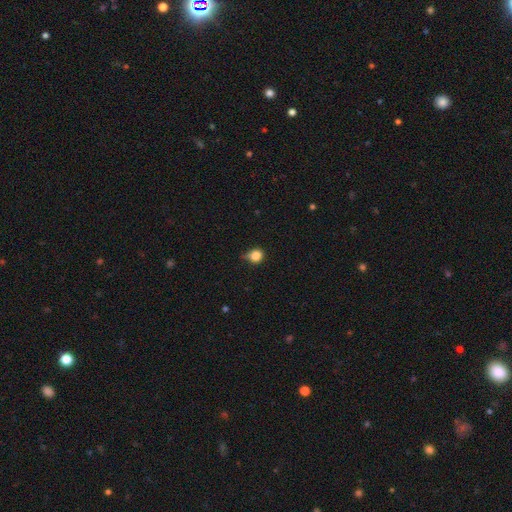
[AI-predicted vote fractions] Smooth or featured? Predicted: smooth (p=0.82). How rounded? Predicted: round (p=0.82). Merging? Predicted: none (p=0.52).